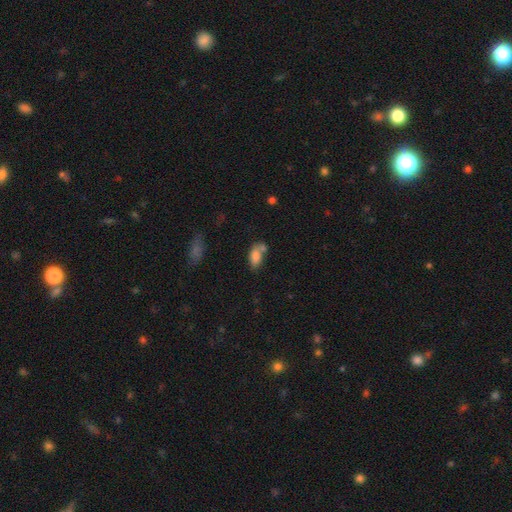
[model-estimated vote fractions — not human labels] A smooth galaxy with no disk features (80%) that is in between round and cigar-shaped (90%).

Vote fractions:
- Smooth or featured? smooth: 80% / featured or disk: 11% / star or artifact: 9%
- How rounded? in between: 90% / round: 6% / cigar-shaped: 5%
- Merging? none: 39% / merger: 38% / minor disturbance: 16% / major disturbance: 7%